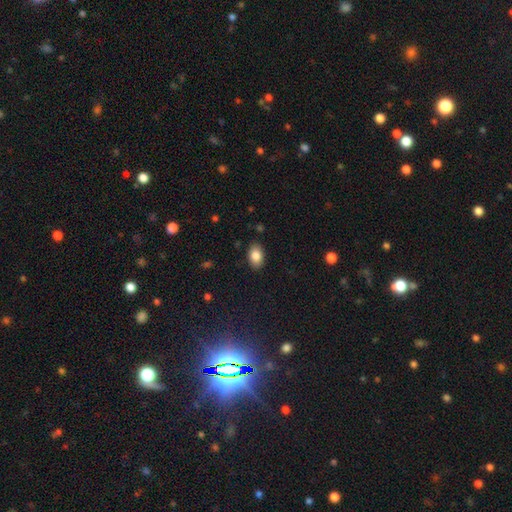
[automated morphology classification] Smooth or featured? Predicted: smooth (p=0.85). How rounded? Predicted: in between (p=0.89). Merging? Predicted: none (p=0.87).